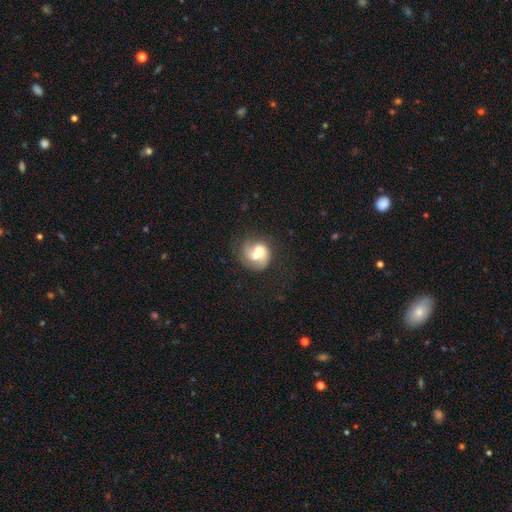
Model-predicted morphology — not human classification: This appears to be a smooth galaxy with no disk features (49%). Merging: merger (55%).